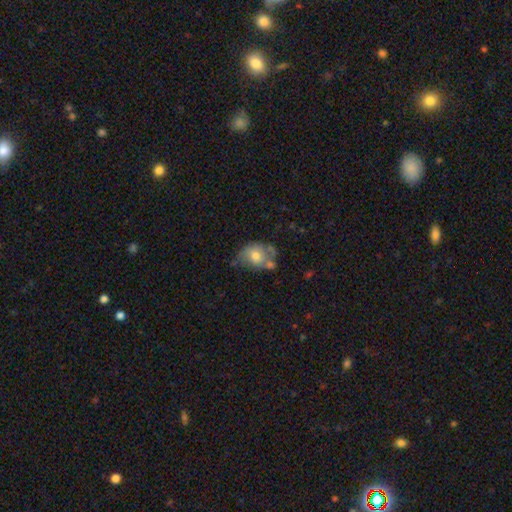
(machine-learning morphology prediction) The model was most divided on "merging": none: 36%, minor disturbance: 30%, merger: 20%, major disturbance: 14%. More confident: smooth or featured — smooth (58%); how rounded — in between (54%).